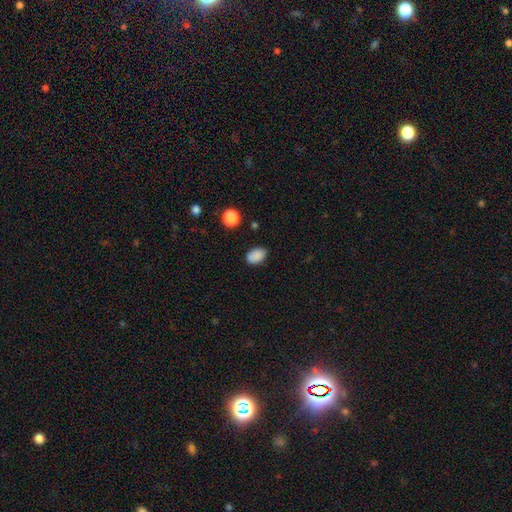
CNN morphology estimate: Smooth or featured: smooth — 86% (star or artifact — 9%)
How rounded: in between — 85% (round — 13%)
Merging: none — 80% (minor disturbance — 15%)